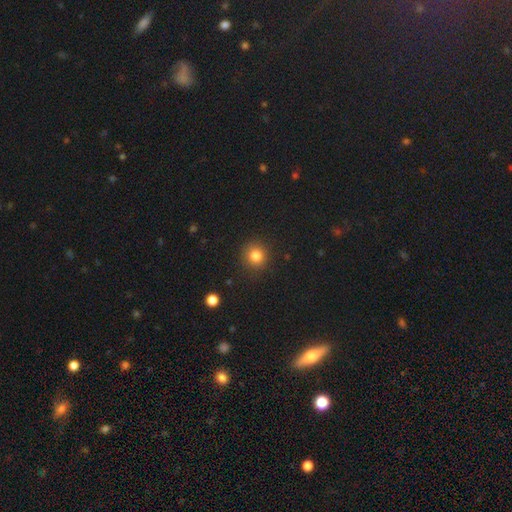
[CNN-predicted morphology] Q: Smooth or featured?
A: smooth (82%); runner-up: star or artifact (12%)
Q: How rounded?
A: round (91%); runner-up: in between (8%)
Q: Merging?
A: none (90%); runner-up: minor disturbance (7%)